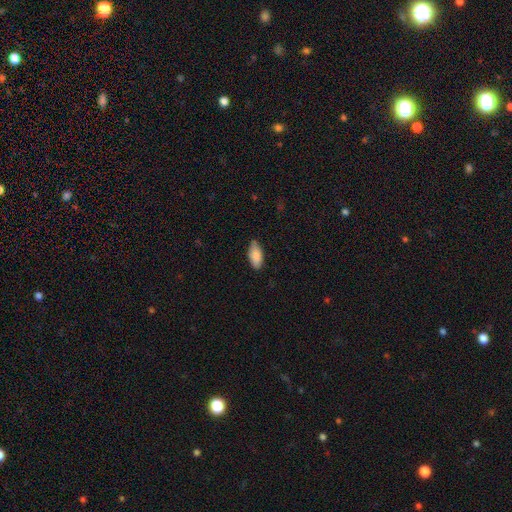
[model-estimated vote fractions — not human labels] Morphology: type=smooth (87%); roundness=in between (89%); merging=none (78%).